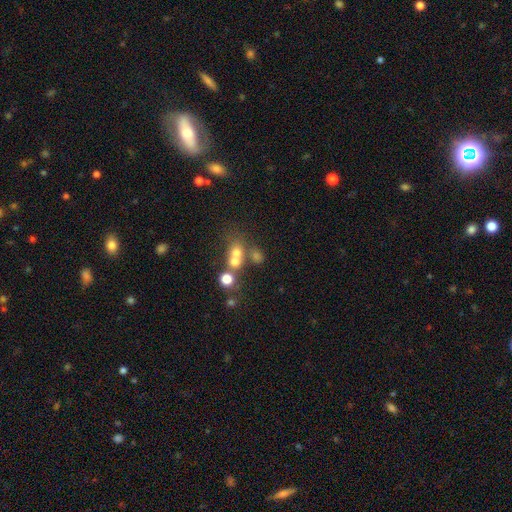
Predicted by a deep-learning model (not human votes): smooth_or_featured: smooth (p=0.56) [alt: star or artifact p=0.23]
how_rounded: round (p=0.63) [alt: in between p=0.34]
merging: merger (p=0.49) [alt: none p=0.35]